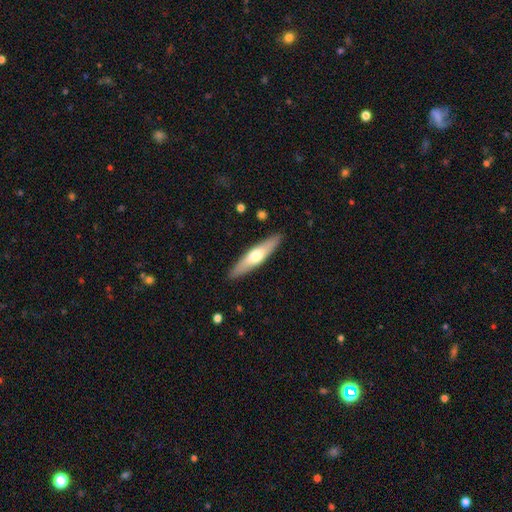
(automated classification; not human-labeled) A smooth galaxy with no disk features (50%).

Vote fractions:
- Smooth or featured? smooth: 50% / featured or disk: 45% / star or artifact: 5%
- Merging? none: 89% / minor disturbance: 8% / major disturbance: 2% / merger: 1%